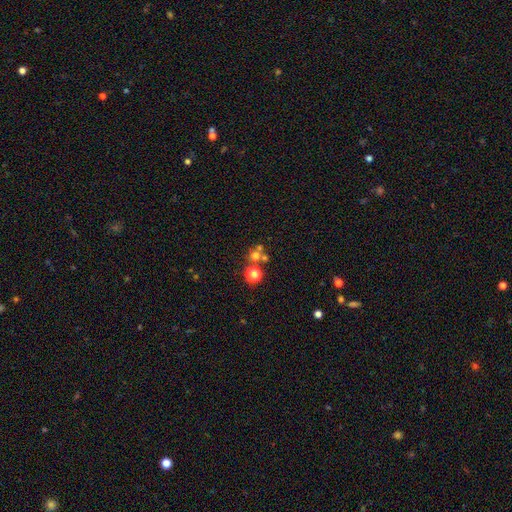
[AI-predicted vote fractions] smooth 61%, star or artifact 25%, featured or disk 14%. Down the decision tree: how rounded — round (88%); merging — none (54%).